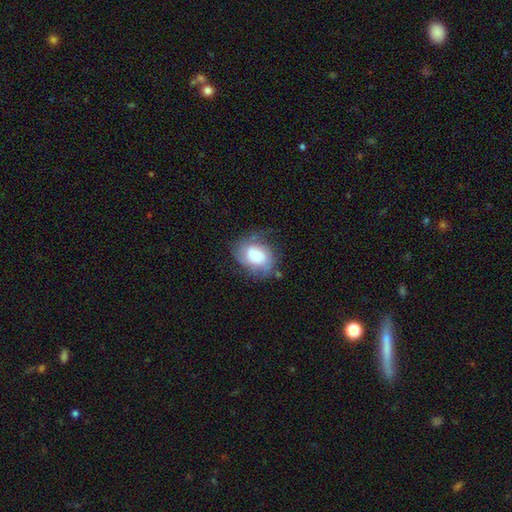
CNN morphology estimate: smooth_or_featured: smooth (p=0.54) [alt: featured or disk p=0.37]
how_rounded: in between (p=0.66) [alt: round p=0.33]
merging: none (p=0.52) [alt: minor disturbance p=0.28]